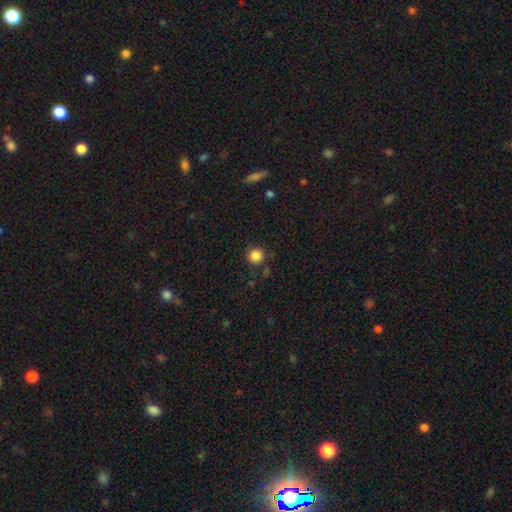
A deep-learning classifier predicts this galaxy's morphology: Smooth or featured: smooth — 85% (star or artifact — 11%)
How rounded: round — 94% (in between — 5%)
Merging: none — 84% (minor disturbance — 10%)